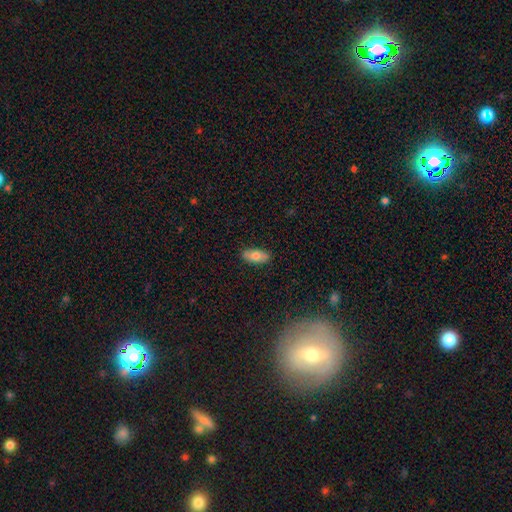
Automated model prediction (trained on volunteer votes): Smooth or featured? Predicted: smooth (p=0.74). How rounded? Predicted: in between (p=0.85). Merging? Predicted: none (p=0.87).